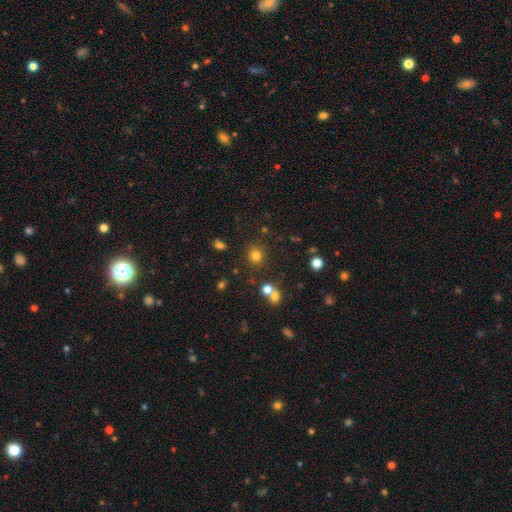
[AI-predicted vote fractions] A smooth galaxy with no disk features (77%) that is round (85%).

Vote fractions:
- Smooth or featured? smooth: 77% / star or artifact: 16% / featured or disk: 7%
- How rounded? round: 85% / in between: 14% / cigar-shaped: 1%
- Merging? none: 81% / minor disturbance: 9% / merger: 7% / major disturbance: 3%